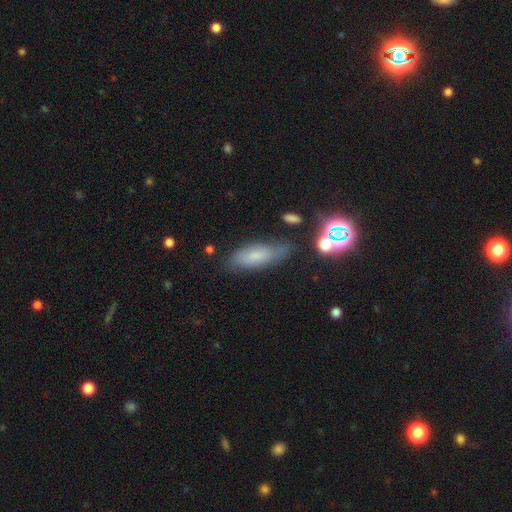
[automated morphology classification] Overall: smooth (68%). How rounded: in between (60%; cigar-shaped 37%). Merging: none (71%).